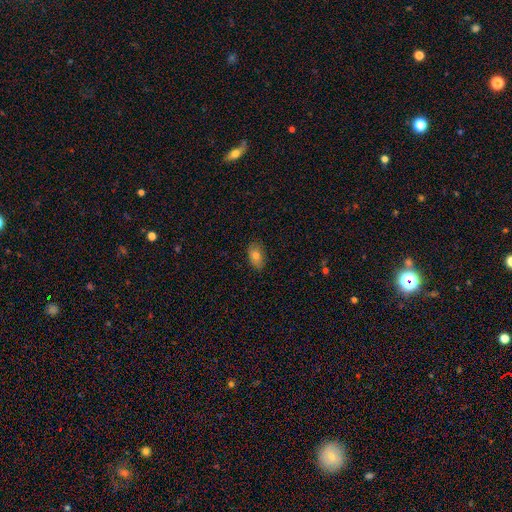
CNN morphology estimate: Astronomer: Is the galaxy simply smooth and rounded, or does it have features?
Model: smooth — 79%.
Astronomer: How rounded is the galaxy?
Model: in between — 90%.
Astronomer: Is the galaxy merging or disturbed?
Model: none — 84%.